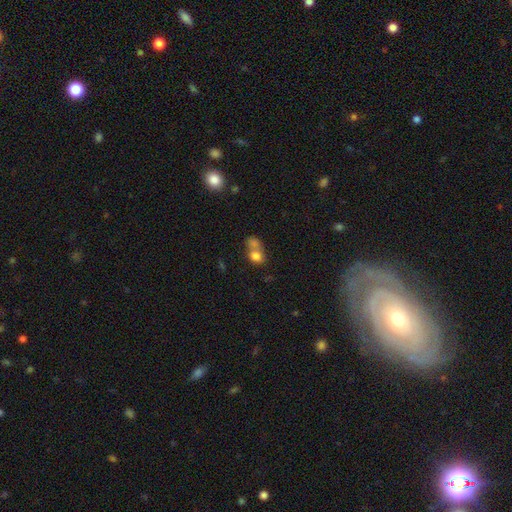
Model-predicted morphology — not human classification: smooth-or-featured: smooth: 76% | featured or disk: 13% | star or artifact: 11%
  how-rounded: round: 58% | in between: 41% | cigar-shaped: 1%
  merging: merger: 62% | none: 26% | minor disturbance: 7% | major disturbance: 5%